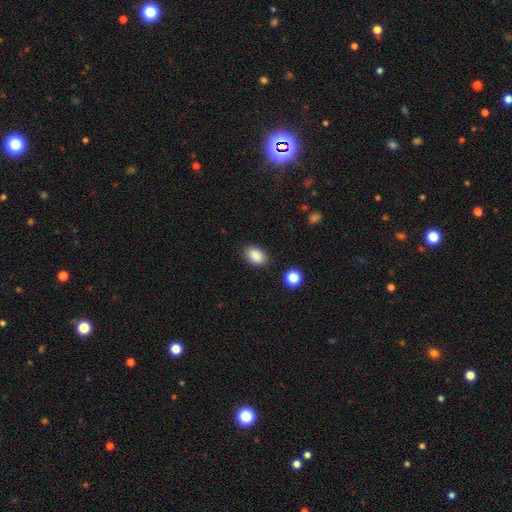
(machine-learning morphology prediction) type=smooth (88%); roundness=in between (84%); merging=none (85%).